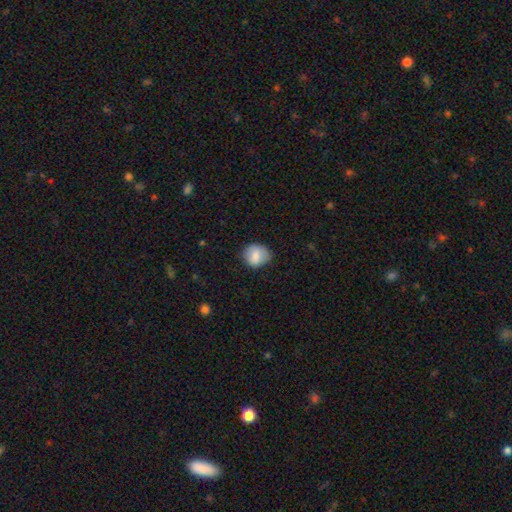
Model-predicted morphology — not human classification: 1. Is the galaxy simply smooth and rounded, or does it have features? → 78% smooth, 15% featured or disk, 7% star or artifact.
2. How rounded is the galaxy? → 71% round, 28% in between, 1% cigar-shaped.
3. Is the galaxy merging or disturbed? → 73% none, 21% minor disturbance, 5% major disturbance, 1% merger.